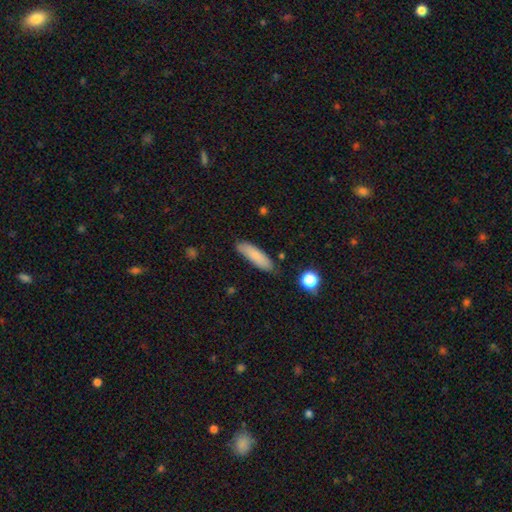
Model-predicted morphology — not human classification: Overall: smooth (83%). How rounded: cigar-shaped (60%; in between 38%). Merging: none (80%).